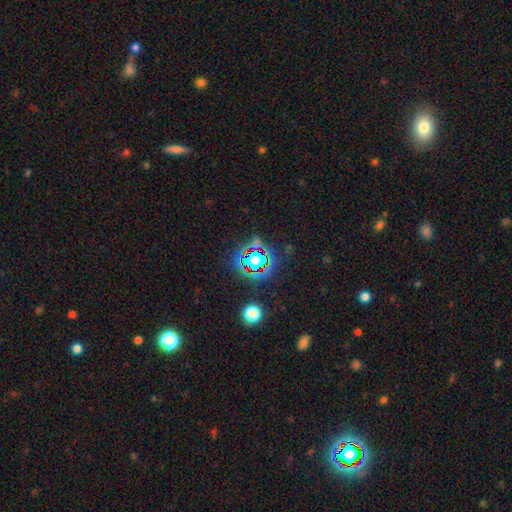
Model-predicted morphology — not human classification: A star or artifact, not a galaxy (75%).